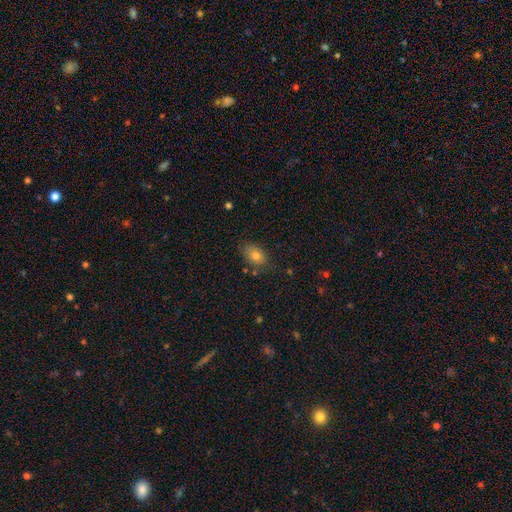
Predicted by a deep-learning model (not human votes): smooth-or-featured: smooth: 78% | featured or disk: 12% | star or artifact: 10%
  how-rounded: in between: 79% | round: 20% | cigar-shaped: 1%
  merging: none: 74% | minor disturbance: 18% | major disturbance: 4% | merger: 3%